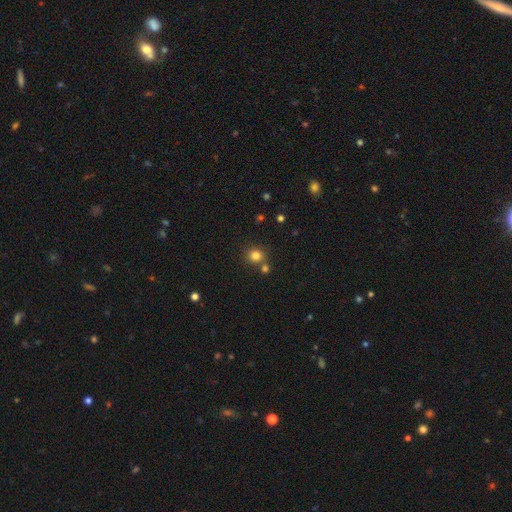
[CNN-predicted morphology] The model was most divided on "merging": none: 72%, merger: 16%, minor disturbance: 9%, major disturbance: 3%. More confident: how rounded — round (86%); smooth or featured — smooth (80%).